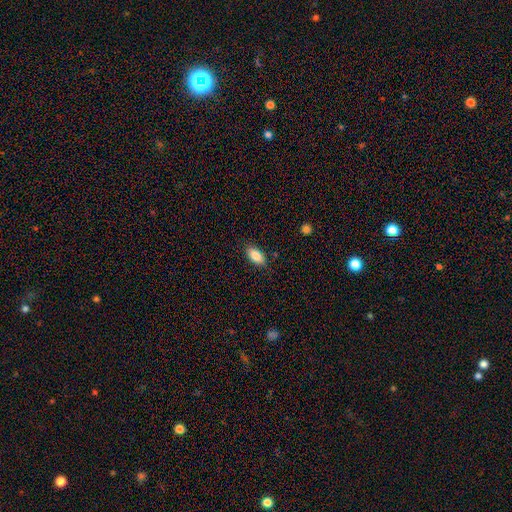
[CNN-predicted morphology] Overall: smooth (87%). How rounded: in between (91%). Merging: none (85%).